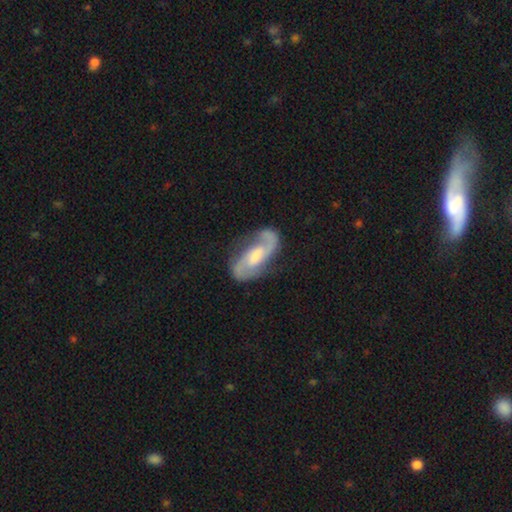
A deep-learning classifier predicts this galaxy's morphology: type=featured or disk (89%); edge-on=no (97%); bar=weak (46%); spiral arms=yes (97%); winding=medium (54%); arm count=2 (93%); bulge=moderate (48%); merging=none (78%).